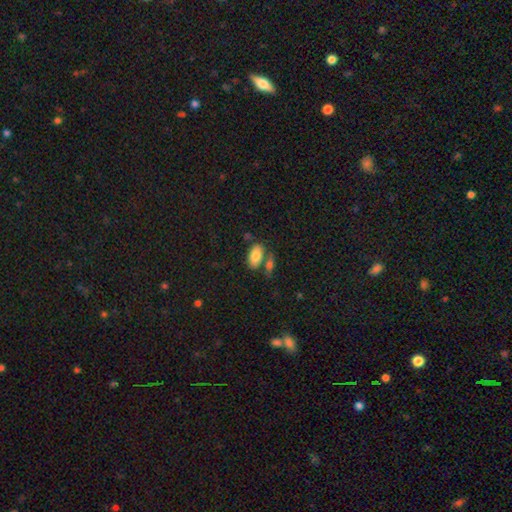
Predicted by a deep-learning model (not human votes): Q: Smooth or featured?
A: smooth (82%); runner-up: featured or disk (11%)
Q: How rounded?
A: in between (92%); runner-up: cigar-shaped (4%)
Q: Merging?
A: none (59%); runner-up: merger (24%)